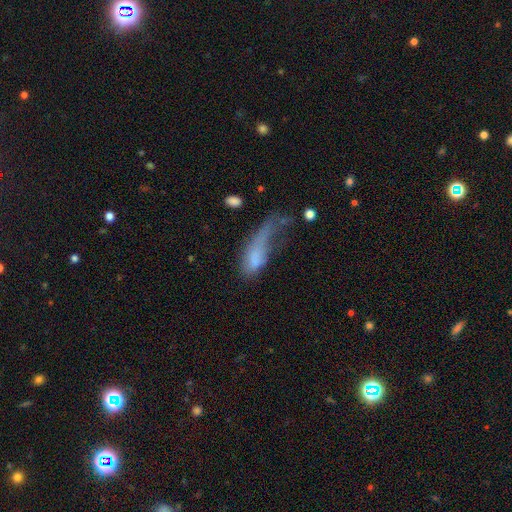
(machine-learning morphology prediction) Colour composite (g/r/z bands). It shows a smooth galaxy with no disk features (63%) that is in between round and cigar-shaped (66%). Merging: major disturbance (60%).